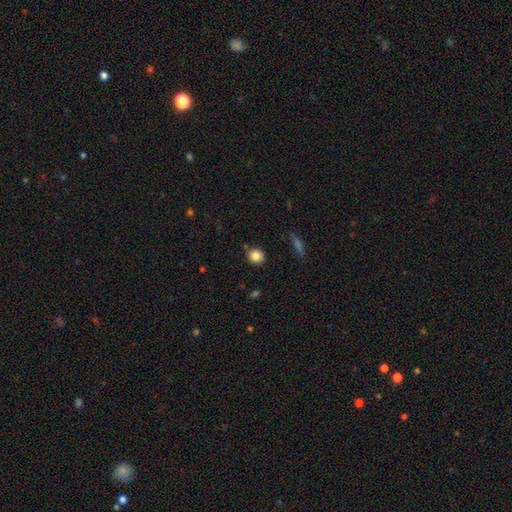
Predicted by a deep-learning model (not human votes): smooth-or-featured: smooth: 84% | star or artifact: 10% | featured or disk: 6%
  how-rounded: round: 85% | in between: 14% | cigar-shaped: 1%
  merging: none: 87% | minor disturbance: 8% | merger: 3% | major disturbance: 2%